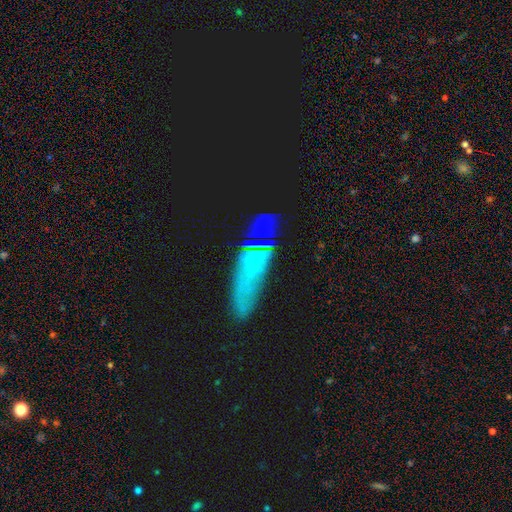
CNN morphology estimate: Smooth or featured? Predicted: smooth (p=0.45). Merging? Predicted: none (p=0.59).